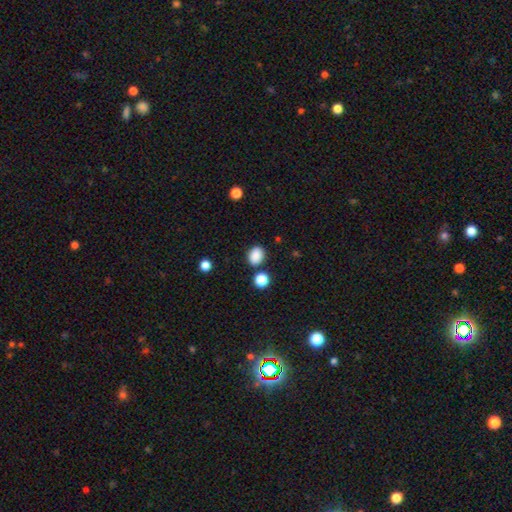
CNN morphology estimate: Smooth or featured?
  - smooth: 87% *
  - star or artifact: 10%
  - featured or disk: 3%
How rounded?
  - in between: 57% *
  - round: 42%
  - cigar-shaped: 1%
Merging?
  - none: 81% *
  - minor disturbance: 10%
  - merger: 6%
  - major disturbance: 3%